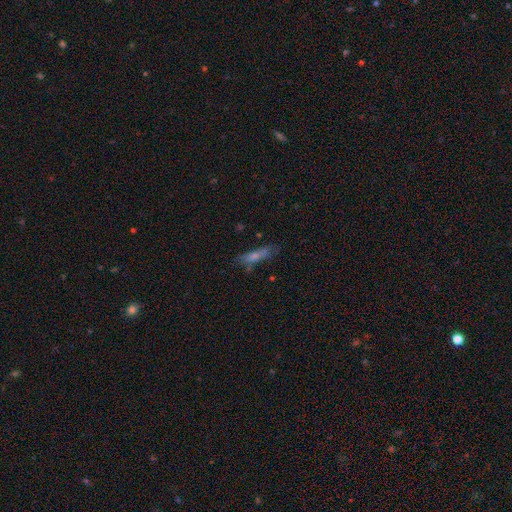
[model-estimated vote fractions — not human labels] This is possibly a smooth galaxy (51%). How rounded: likely cigar-shaped (76%). Merging: likely none (67%).